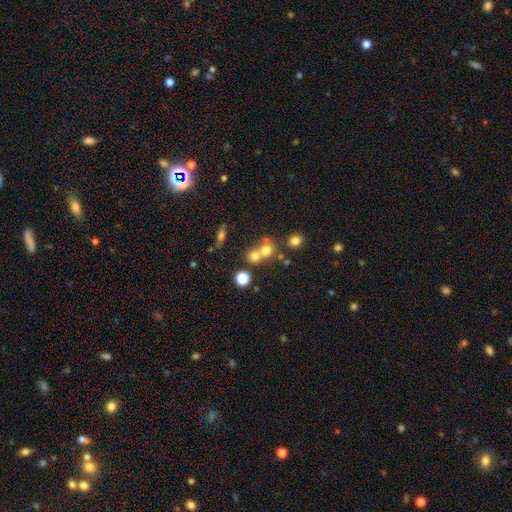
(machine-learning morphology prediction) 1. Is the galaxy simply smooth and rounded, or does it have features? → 65% smooth, 20% star or artifact, 16% featured or disk.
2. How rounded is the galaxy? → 81% round, 18% in between, 1% cigar-shaped.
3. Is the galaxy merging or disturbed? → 49% merger, 41% none, 6% minor disturbance, 4% major disturbance.